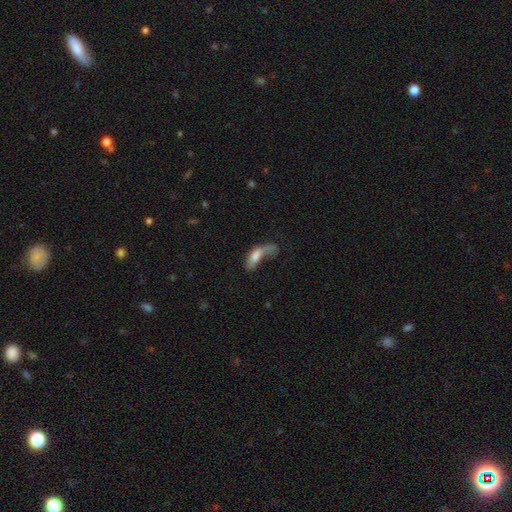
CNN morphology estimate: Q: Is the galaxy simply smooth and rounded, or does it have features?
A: smooth — 62%.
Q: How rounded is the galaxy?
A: in between — 69%.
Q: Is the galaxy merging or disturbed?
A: major disturbance — 50%.